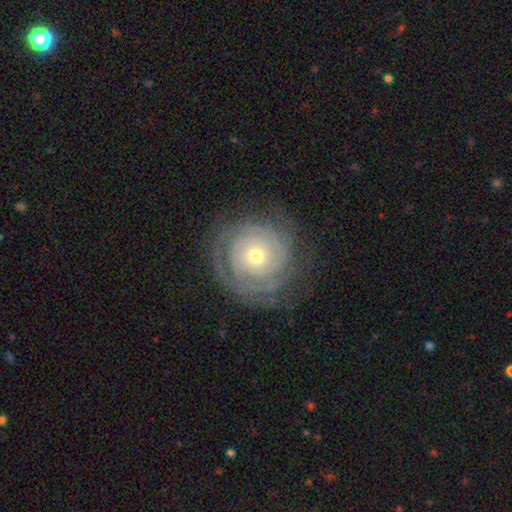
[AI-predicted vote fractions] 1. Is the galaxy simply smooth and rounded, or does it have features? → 80% featured or disk, 13% smooth, 6% star or artifact.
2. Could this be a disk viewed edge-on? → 97% no, 3% yes.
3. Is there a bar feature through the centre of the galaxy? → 83% no, 13% weak, 4% strong.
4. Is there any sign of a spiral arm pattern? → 92% yes, 8% no.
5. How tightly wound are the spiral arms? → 84% tight, 12% medium, 4% loose.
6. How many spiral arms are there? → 38% can't tell, 26% 2, 16% 3, 8% 4, 7% 1, 6% more than 4.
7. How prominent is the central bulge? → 51% small, 45% moderate, 2% large, 1% dominant, 1% none.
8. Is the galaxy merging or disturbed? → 78% none, 14% minor disturbance, 7% major disturbance, 1% merger.